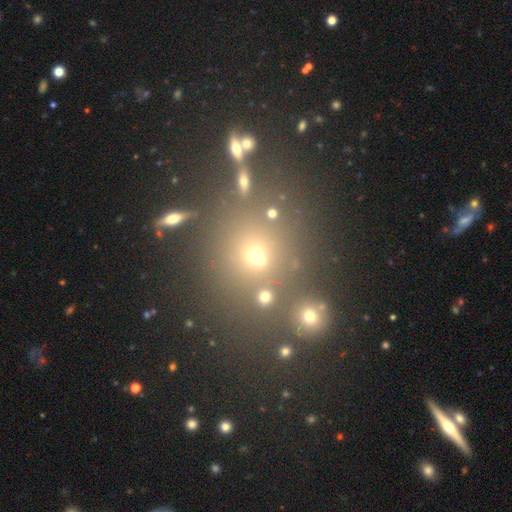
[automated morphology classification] The model was most divided on "smooth or featured": smooth: 47%, star or artifact: 42%, featured or disk: 12%. More confident: merging — none (72%).